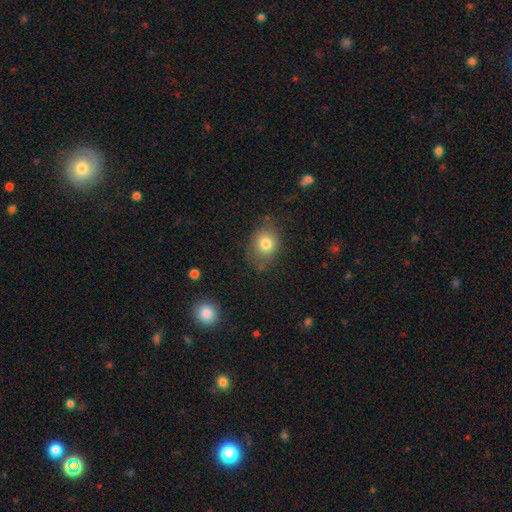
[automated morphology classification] Smooth or featured? Predicted: smooth (p=0.64). How rounded? Predicted: round (p=0.55). Merging? Predicted: none (p=0.86).